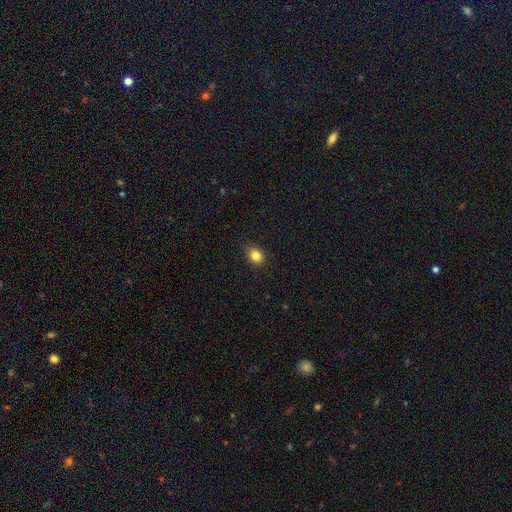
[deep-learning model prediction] Smooth or featured: smooth — 83% (star or artifact — 11%)
How rounded: in between — 52% (round — 47%)
Merging: none — 88% (minor disturbance — 9%)